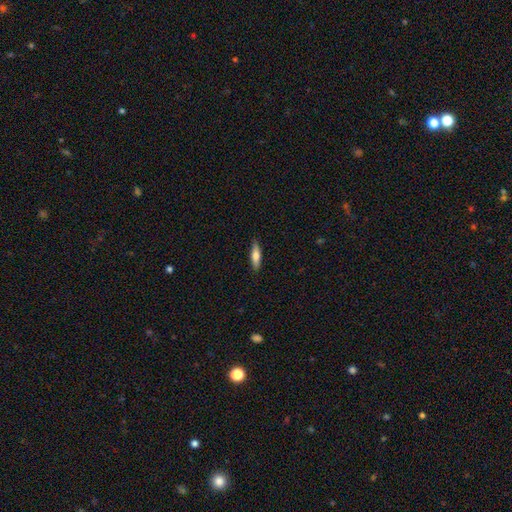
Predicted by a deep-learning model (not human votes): A smooth galaxy with no disk features (64%) that is cigar-shaped (67%). Merging: none (88%).